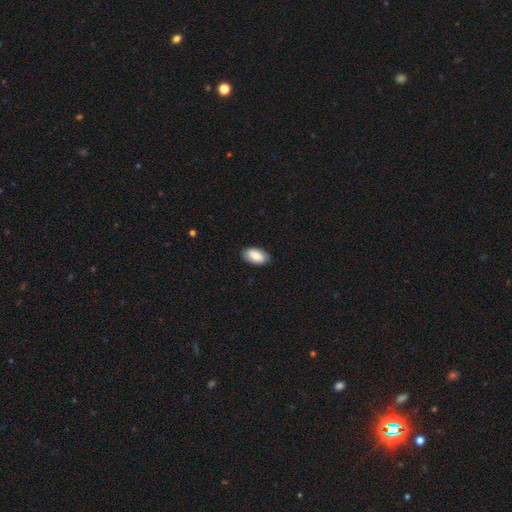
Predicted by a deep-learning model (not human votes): Smooth or featured: smooth — 84% (featured or disk — 10%)
How rounded: in between — 95% (round — 3%)
Merging: none — 87% (minor disturbance — 10%)